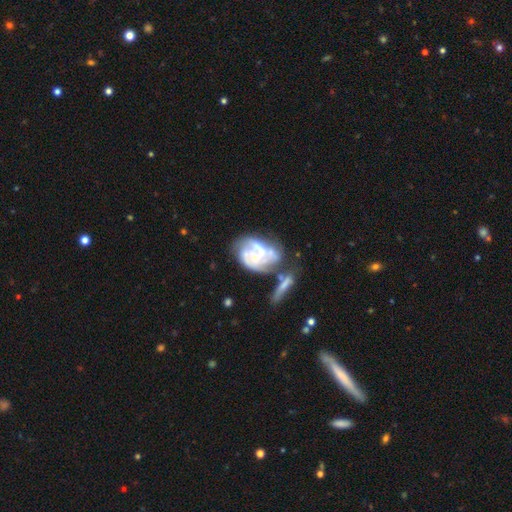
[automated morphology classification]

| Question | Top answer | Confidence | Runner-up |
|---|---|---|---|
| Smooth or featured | featured or disk | 72% | smooth (20%) |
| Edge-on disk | no | 97% | yes (3%) |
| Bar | no | 79% | weak (16%) |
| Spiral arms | no | 51% | yes (49%) |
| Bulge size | small | 40% | moderate (33%) |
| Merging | merger | 35% | none (24%) |